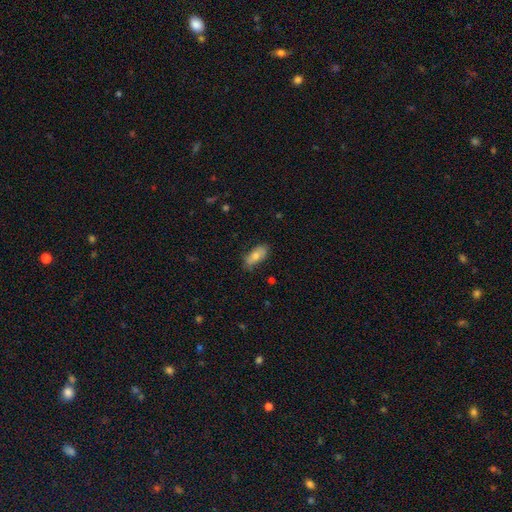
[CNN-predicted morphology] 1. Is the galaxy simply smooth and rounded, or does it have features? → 72% smooth, 21% featured or disk, 7% star or artifact.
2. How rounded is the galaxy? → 87% in between, 10% cigar-shaped, 3% round.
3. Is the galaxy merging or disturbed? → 75% none, 20% minor disturbance, 4% major disturbance, 2% merger.